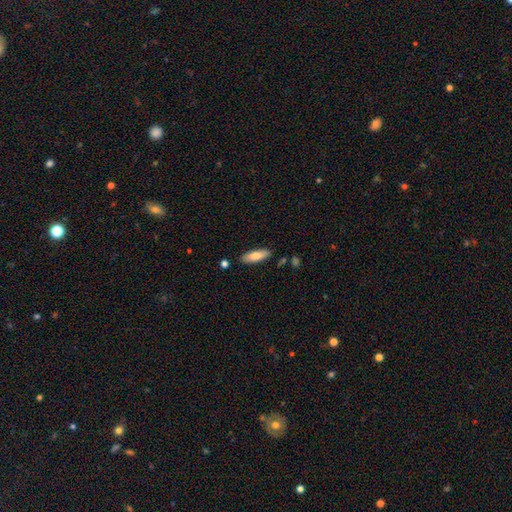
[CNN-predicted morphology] Q: Smooth or featured?
A: smooth (76%); runner-up: featured or disk (18%)
Q: How rounded?
A: in between (56%); runner-up: cigar-shaped (42%)
Q: Merging?
A: none (85%); runner-up: minor disturbance (10%)